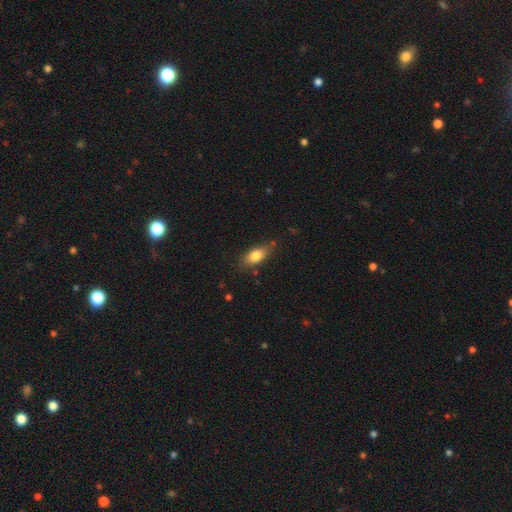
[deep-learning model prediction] Q: Smooth or featured?
A: smooth (80%); runner-up: featured or disk (13%)
Q: How rounded?
A: in between (83%); runner-up: cigar-shaped (11%)
Q: Merging?
A: none (72%); runner-up: minor disturbance (21%)